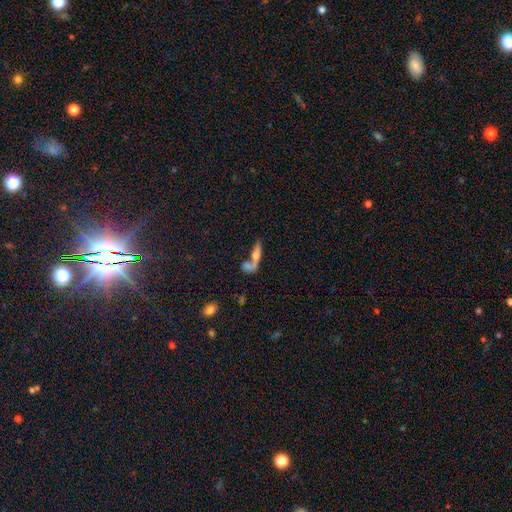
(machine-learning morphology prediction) smooth 55%, featured or disk 34%, star or artifact 10%. Down the decision tree: how rounded — cigar-shaped (55%); merging — merger (53%).